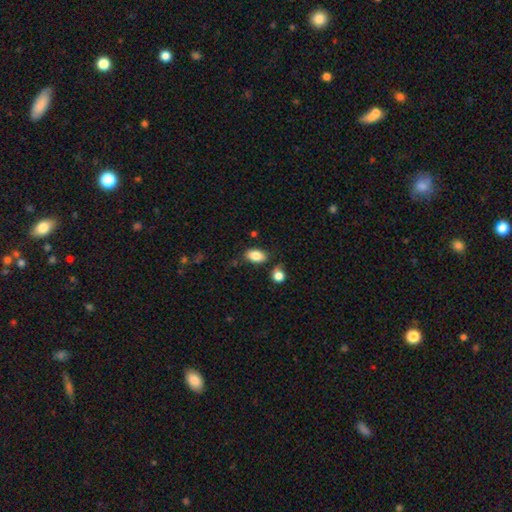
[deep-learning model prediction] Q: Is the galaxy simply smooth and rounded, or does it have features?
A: smooth — 85%.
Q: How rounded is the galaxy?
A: in between — 91%.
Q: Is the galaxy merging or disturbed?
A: none — 76%.